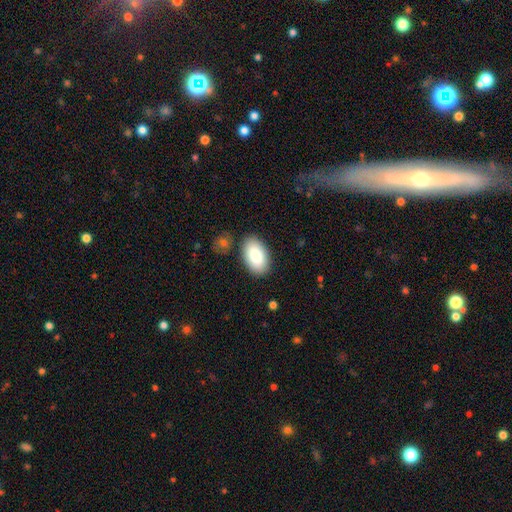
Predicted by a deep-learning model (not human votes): A smooth galaxy with no disk features (82%) that is in between round and cigar-shaped (94%). Merging: none (85%).